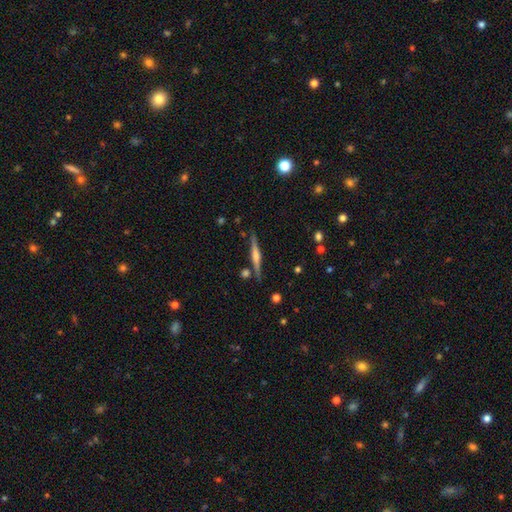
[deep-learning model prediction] smooth-or-featured: featured or disk: 69% | smooth: 24% | star or artifact: 7%
  disk-edge-on: yes: 98% | no: 2%
    edge-on-bulge: rounded: 72% | boxy: 15% | none: 13%
  merging: none: 84% | minor disturbance: 9% | merger: 5% | major disturbance: 2%